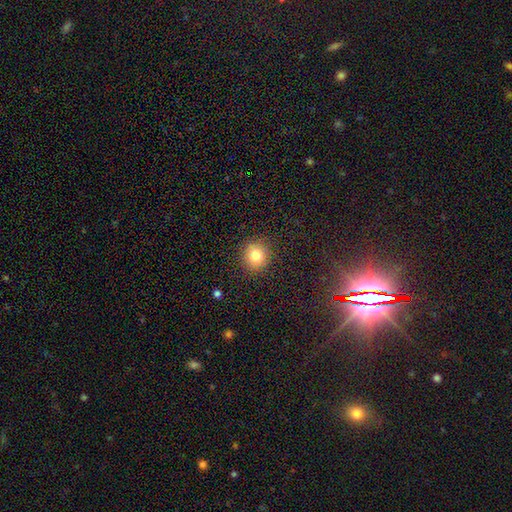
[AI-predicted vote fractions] Smooth or featured: smooth — 81% (star or artifact — 12%)
How rounded: round — 90% (in between — 9%)
Merging: none — 89% (minor disturbance — 7%)